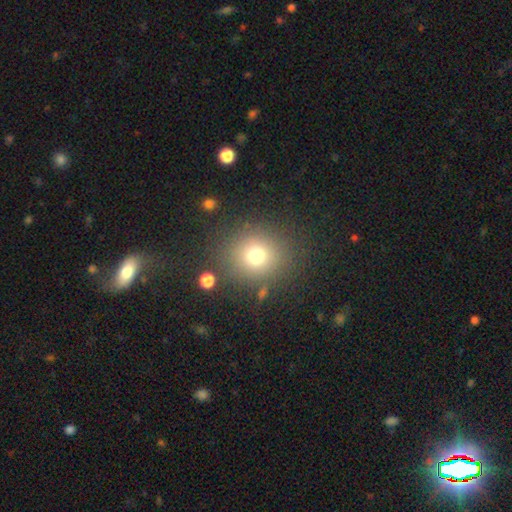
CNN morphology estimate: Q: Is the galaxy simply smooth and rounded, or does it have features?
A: smooth — 73%.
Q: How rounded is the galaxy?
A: round — 85%.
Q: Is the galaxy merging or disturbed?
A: none — 82%.